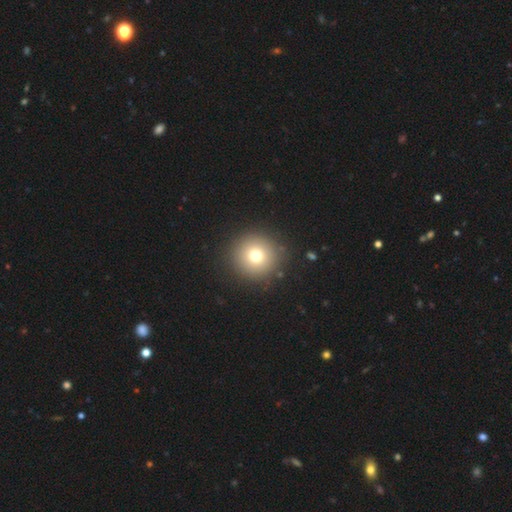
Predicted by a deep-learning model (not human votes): smooth-or-featured: smooth: 74% | star or artifact: 14% | featured or disk: 12%
  how-rounded: round: 96% | in between: 3% | cigar-shaped: 1%
  merging: none: 90% | minor disturbance: 6% | major disturbance: 3% | merger: 2%